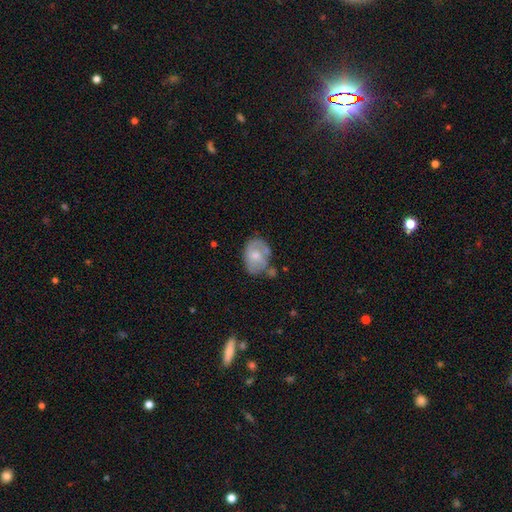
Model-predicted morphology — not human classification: Smooth or featured? Predicted: smooth (p=0.50). Merging? Predicted: none (p=0.43).